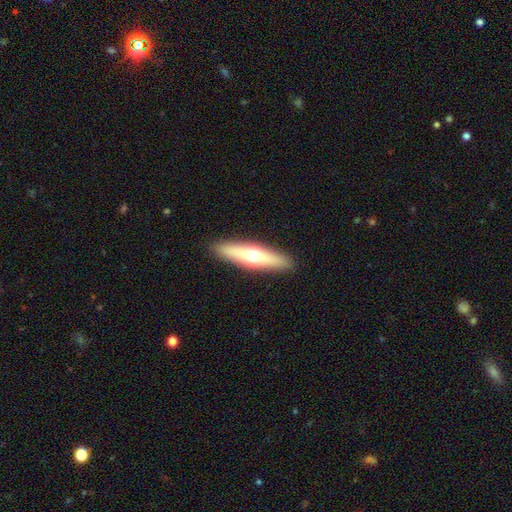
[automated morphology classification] Smooth or featured?
  - featured or disk: 52% *
  - smooth: 43%
  - star or artifact: 6%
Edge-on disk?
  - yes: 91% *
  - no: 9%
Merging?
  - none: 91% *
  - minor disturbance: 6%
  - major disturbance: 2%
  - merger: 1%